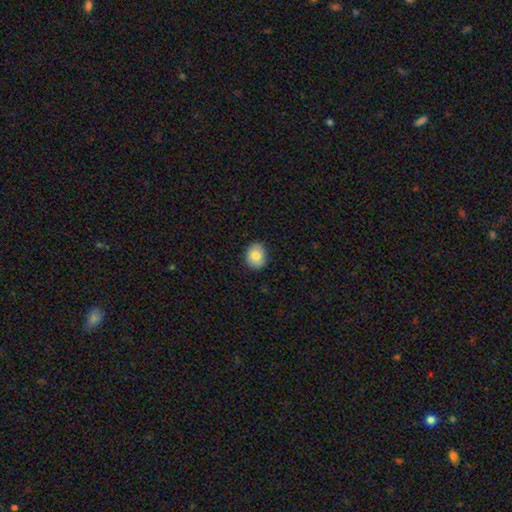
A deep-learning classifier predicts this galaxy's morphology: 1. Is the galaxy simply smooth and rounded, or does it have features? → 78% smooth, 14% featured or disk, 8% star or artifact.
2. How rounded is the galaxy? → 65% round, 34% in between, 1% cigar-shaped.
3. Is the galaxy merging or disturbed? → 85% none, 12% minor disturbance, 2% major disturbance, 1% merger.